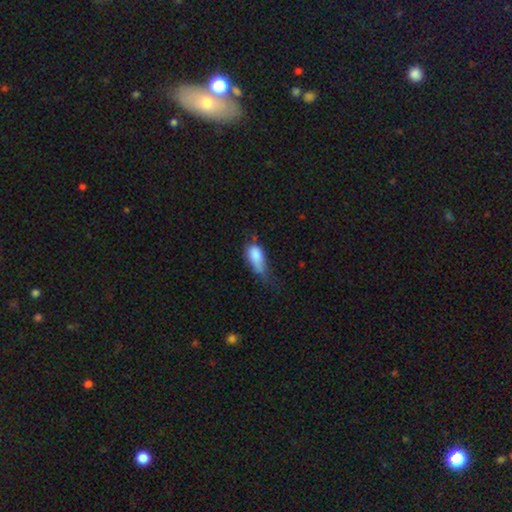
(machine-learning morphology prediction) This appears to be a smooth galaxy with no disk features (80%) that is in between round and cigar-shaped (86%). Merging: minor disturbance (40%).